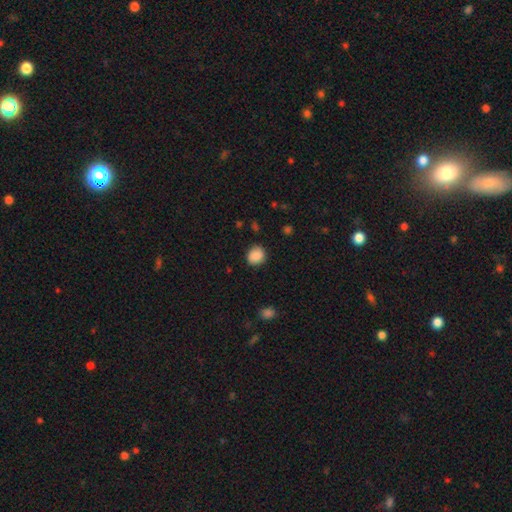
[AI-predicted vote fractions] Q: Smooth or featured?
A: smooth (88%); runner-up: star or artifact (8%)
Q: How rounded?
A: round (77%); runner-up: in between (22%)
Q: Merging?
A: none (81%); runner-up: minor disturbance (14%)